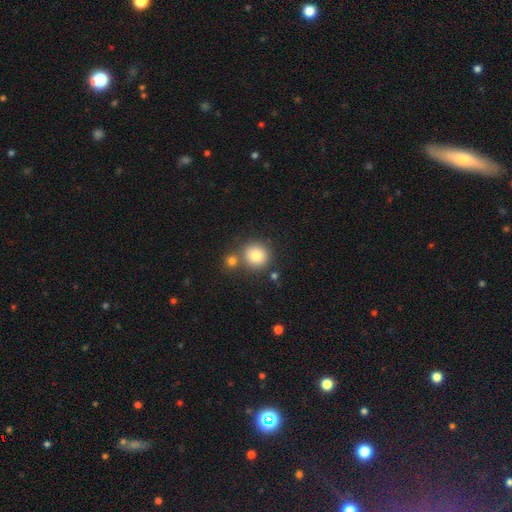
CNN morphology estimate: smooth 80%, star or artifact 11%, featured or disk 9%. Down the decision tree: how rounded — round (92%); merging — none (70%).